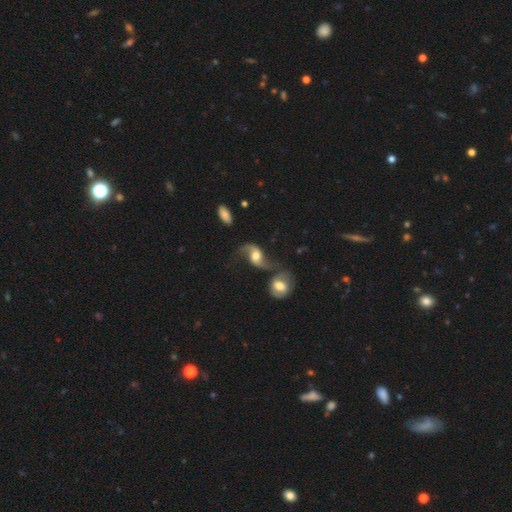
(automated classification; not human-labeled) smooth_or_featured: featured or disk (p=0.84) [alt: smooth p=0.10]
disk_edge_on: no (p=0.96) [alt: yes p=0.04]
bar: no (p=0.51) [alt: weak p=0.37]
has_spiral_arms: yes (p=0.95) [alt: no p=0.05]
spiral_winding: loose (p=0.81) [alt: medium p=0.15]
spiral_arm_count: 2 (p=0.93) [alt: 1 p=0.02]
bulge_size: moderate (p=0.56) [alt: large p=0.26]
merging: none (p=0.49) [alt: merger p=0.23]